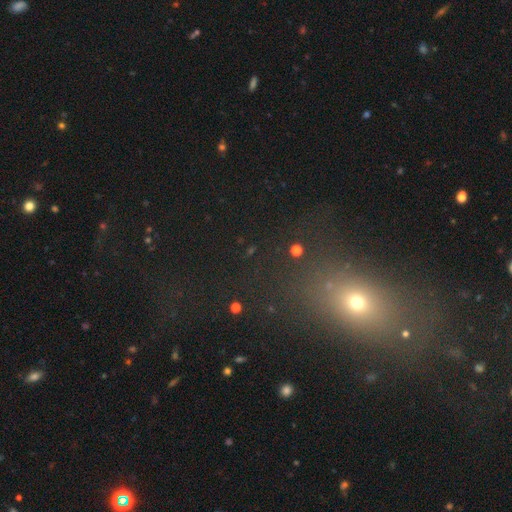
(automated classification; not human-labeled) Smooth or featured? Predicted: smooth (p=0.43, tied with star or artifact). Merging? Predicted: none (p=0.71).